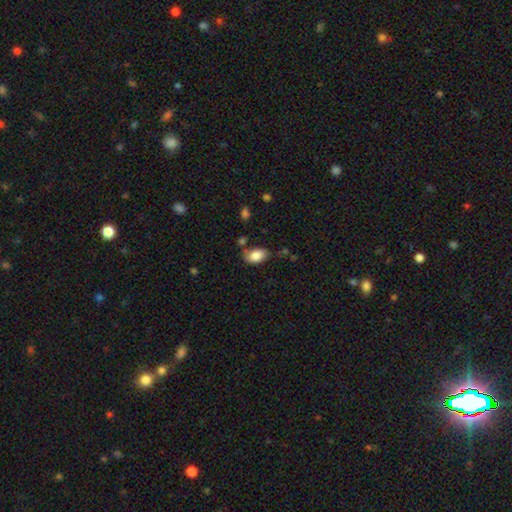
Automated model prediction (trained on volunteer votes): Smooth or featured: smooth — 84% (featured or disk — 8%)
How rounded: in between — 89% (round — 9%)
Merging: none — 69% (minor disturbance — 20%)